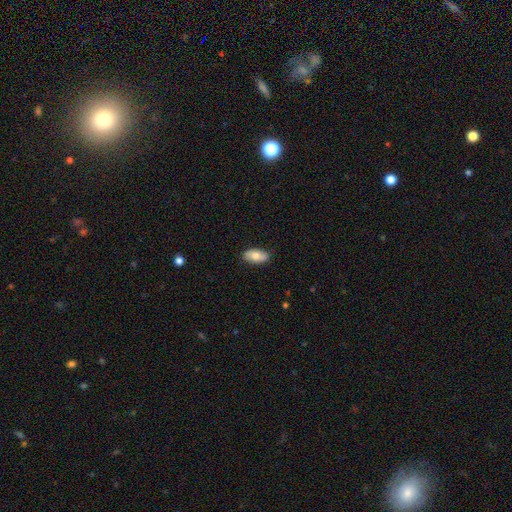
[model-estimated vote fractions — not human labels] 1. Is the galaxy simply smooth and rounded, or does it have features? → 73% smooth, 21% featured or disk, 6% star or artifact.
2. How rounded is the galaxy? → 92% in between, 4% cigar-shaped, 3% round.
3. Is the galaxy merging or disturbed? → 84% none, 13% minor disturbance, 2% major disturbance, 1% merger.